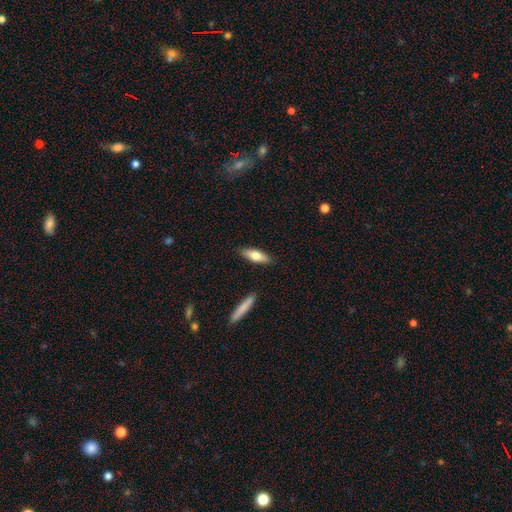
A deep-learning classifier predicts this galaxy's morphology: smooth 67%, featured or disk 27%, star or artifact 6%. Down the decision tree: how rounded — cigar-shaped (52%); merging — none (87%).